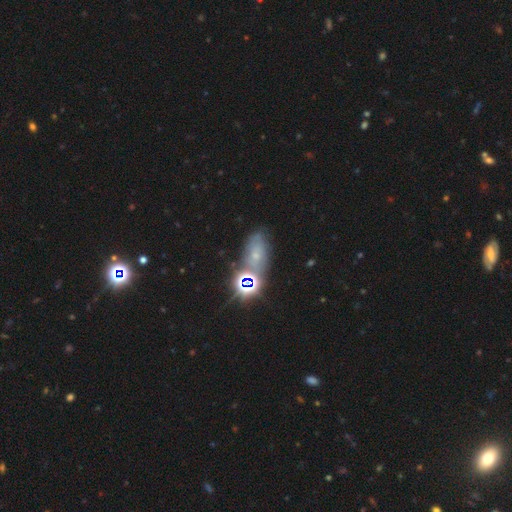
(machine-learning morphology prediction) type=star or artifact (48%).